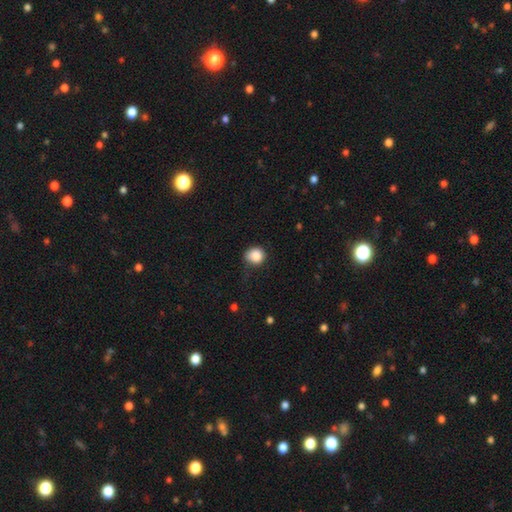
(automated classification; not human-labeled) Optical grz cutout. It shows a smooth galaxy with no disk features (85%) that is round (82%). Merging: none (58%).